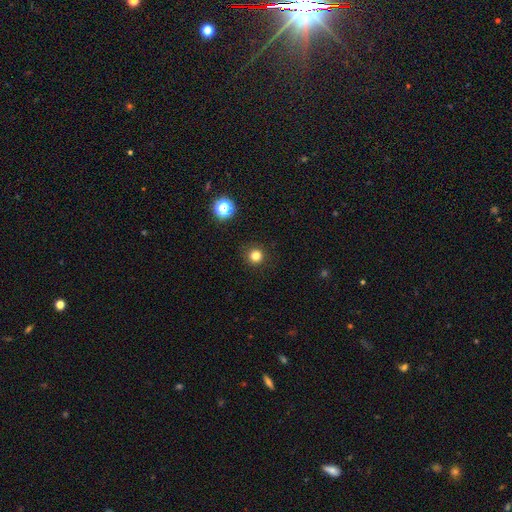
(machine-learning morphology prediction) type=smooth (80%); roundness=round (95%); merging=none (91%).